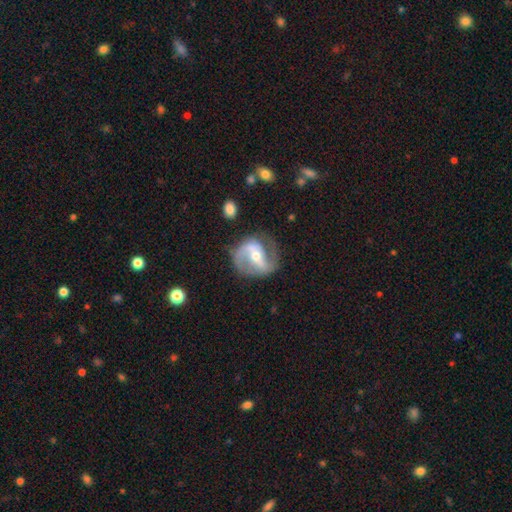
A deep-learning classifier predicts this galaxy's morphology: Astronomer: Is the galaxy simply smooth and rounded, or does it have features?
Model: featured or disk — 85%.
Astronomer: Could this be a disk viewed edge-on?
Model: no — 97%.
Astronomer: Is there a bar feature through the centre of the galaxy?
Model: strong — 39% (runner-up: weak, 38%).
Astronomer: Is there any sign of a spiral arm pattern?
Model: yes — 94%.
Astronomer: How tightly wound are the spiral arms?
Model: medium — 49% (runner-up: loose, 32%).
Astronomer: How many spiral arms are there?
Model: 2 — 87%.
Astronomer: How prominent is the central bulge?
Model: moderate — 57% (runner-up: small, 38%).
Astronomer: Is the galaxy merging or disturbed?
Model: none — 71%.